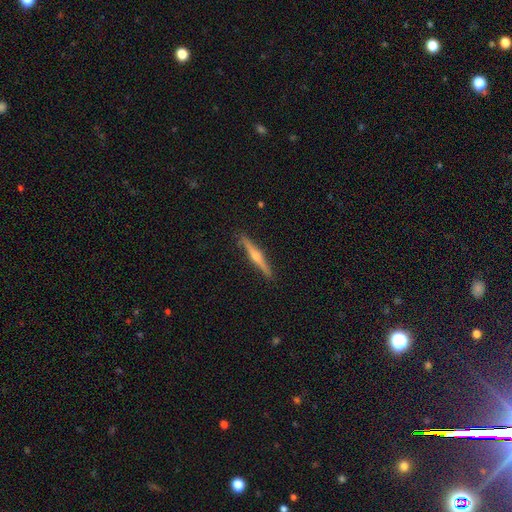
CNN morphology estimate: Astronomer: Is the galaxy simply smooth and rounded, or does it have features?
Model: featured or disk — 74%.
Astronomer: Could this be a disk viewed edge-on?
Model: yes — 98%.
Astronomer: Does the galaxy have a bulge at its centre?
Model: rounded — 89%.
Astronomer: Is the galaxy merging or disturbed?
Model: none — 90%.